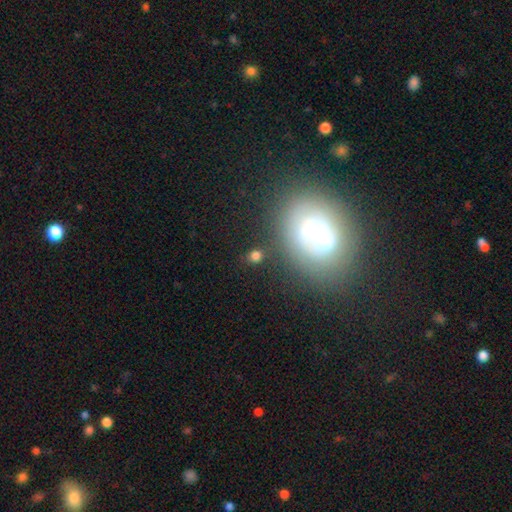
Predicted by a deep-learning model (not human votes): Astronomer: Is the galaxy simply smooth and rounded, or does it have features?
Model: smooth — 71%.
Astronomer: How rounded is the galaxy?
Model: round — 71%.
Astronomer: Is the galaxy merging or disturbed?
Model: none — 79%.